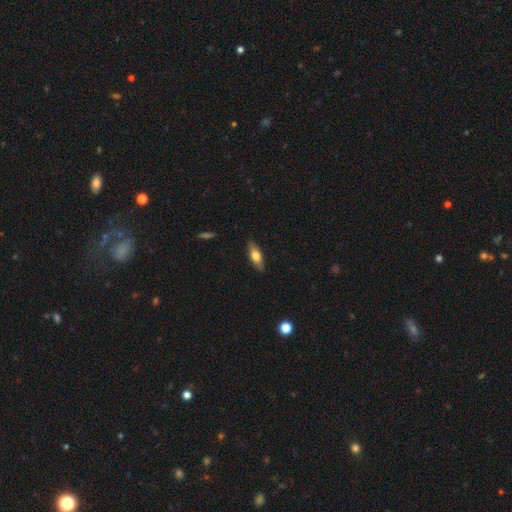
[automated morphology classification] A smooth galaxy with no disk features (61%) that is in between round and cigar-shaped (62%). Merging: none (85%).